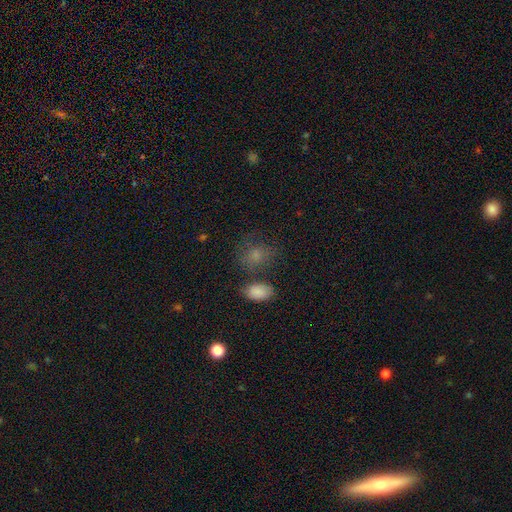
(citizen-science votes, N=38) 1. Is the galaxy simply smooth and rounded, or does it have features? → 84% smooth, 16% featured or disk, 0% star or artifact.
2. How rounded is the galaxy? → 53% round, 47% in between, 0% cigar-shaped.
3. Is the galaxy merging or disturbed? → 58% none, 21% major disturbance, 16% minor disturbance, 5% merger.